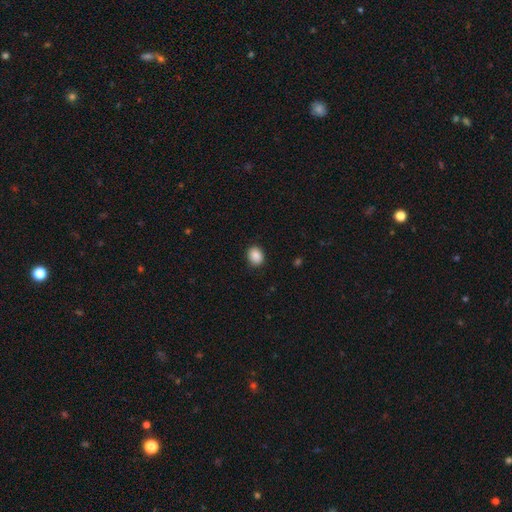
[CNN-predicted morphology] The model was most divided on "how rounded": in between: 53%, round: 46%, cigar-shaped: 1%. More confident: smooth or featured — smooth (89%); merging — none (87%).